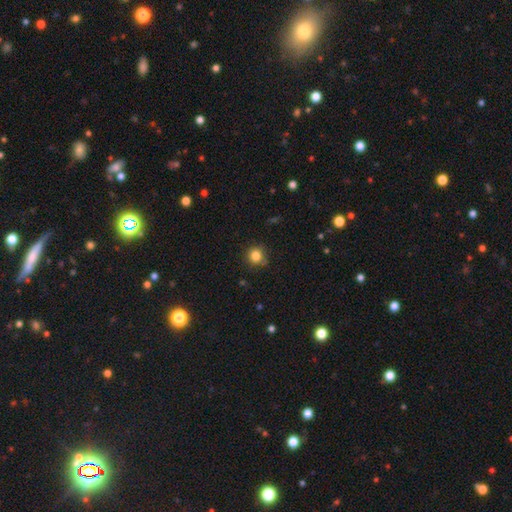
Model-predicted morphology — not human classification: A smooth galaxy with no disk features (83%) that is round (91%). Merging: none (82%).